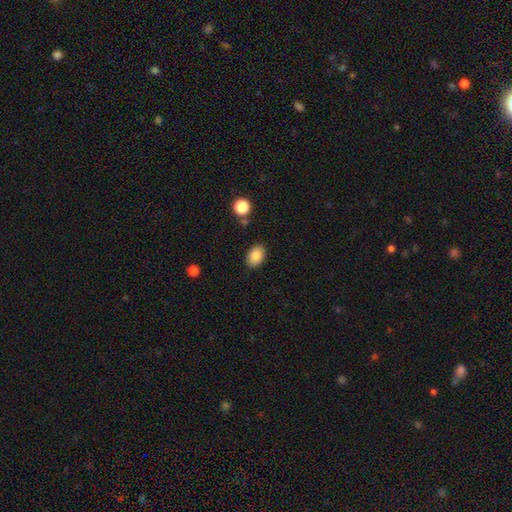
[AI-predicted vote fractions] Smooth or featured? Predicted: smooth (p=0.86). How rounded? Predicted: in between (p=0.86). Merging? Predicted: none (p=0.86).